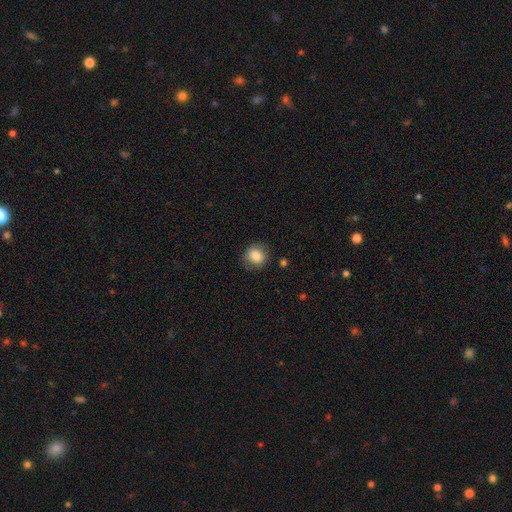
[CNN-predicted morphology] smooth_or_featured: smooth (p=0.85) [alt: star or artifact p=0.09]
how_rounded: round (p=0.73) [alt: in between p=0.26]
merging: none (p=0.79) [alt: minor disturbance p=0.15]